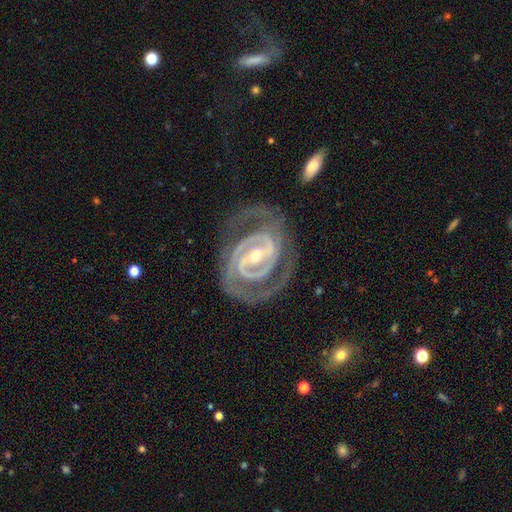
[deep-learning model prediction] featured or disk 92%, star or artifact 4%, smooth 4%. Down the decision tree: edge-on disk — no (97%); bar — strong (61%); spiral arms — yes (97%); spiral arm count — 2 (81%); spiral winding — tight (67%); bulge size — small (61%); merging — none (72%).